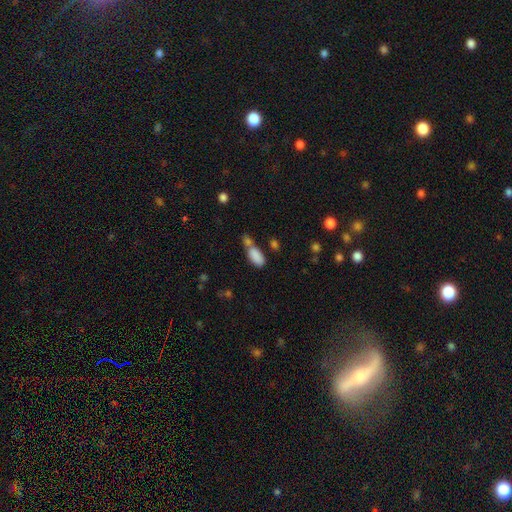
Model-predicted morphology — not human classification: Smooth or featured? Predicted: smooth (p=0.85). How rounded? Predicted: in between (p=0.89). Merging? Predicted: merger (p=0.42).